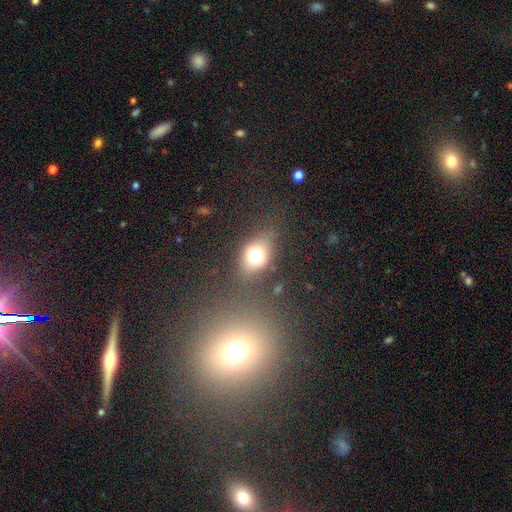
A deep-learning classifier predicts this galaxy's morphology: Smooth or featured? smooth (72%)
How rounded? in between (68%)
Merging? none (66%)